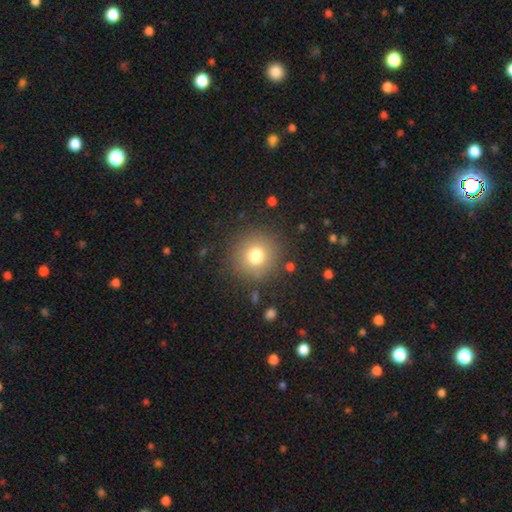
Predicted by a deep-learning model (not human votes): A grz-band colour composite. It shows a smooth galaxy with no disk features (75%) that is round (95%). Merging: none (87%).